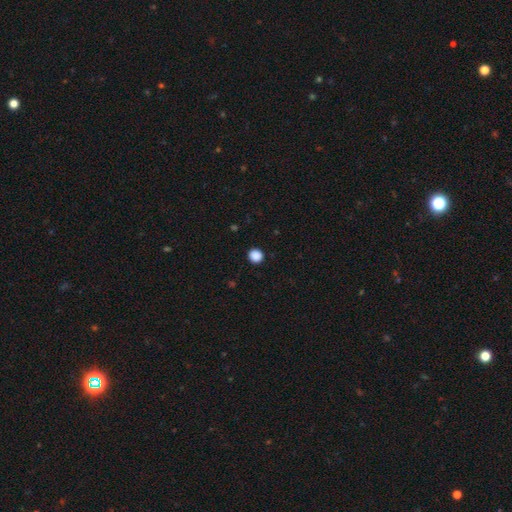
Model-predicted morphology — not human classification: type=smooth (88%); roundness=round (90%); merging=none (92%).